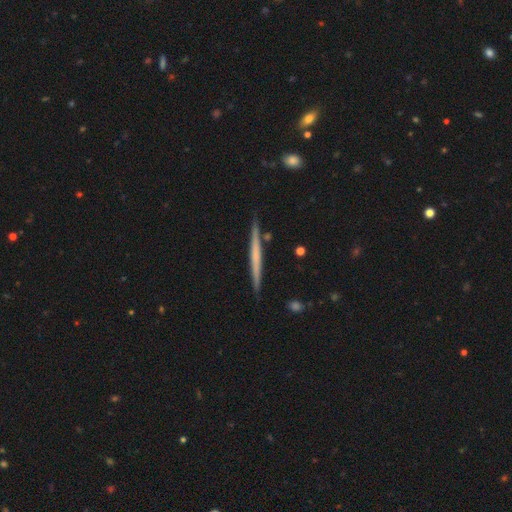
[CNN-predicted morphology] type=featured or disk (53%); edge-on=yes (98%); edge-on bulge=none (83%); merging=none (88%).